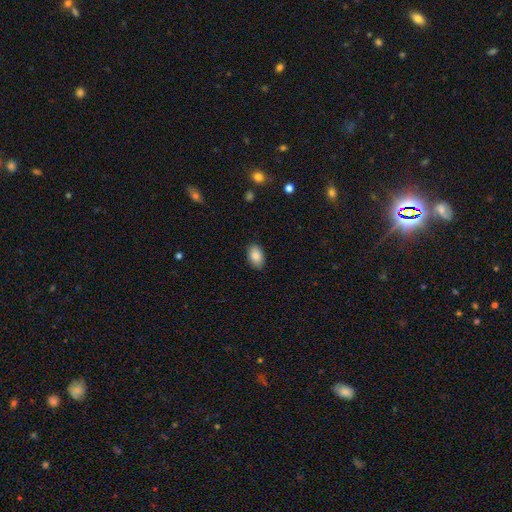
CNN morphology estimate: type=smooth (86%); roundness=in between (91%); merging=none (87%).